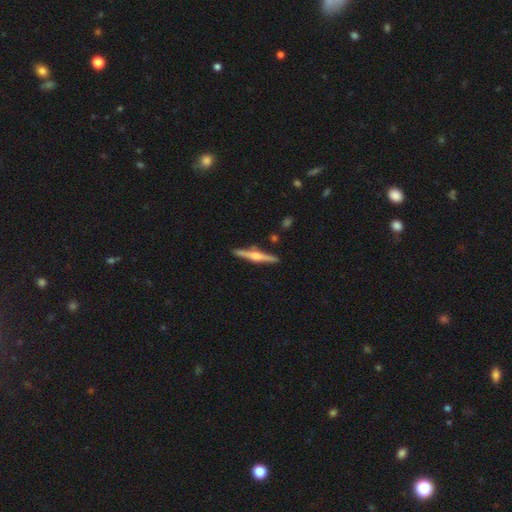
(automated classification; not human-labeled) smooth-or-featured: featured or disk: 76% | smooth: 19% | star or artifact: 5%
  disk-edge-on: yes: 98% | no: 2%
    edge-on-bulge: rounded: 90% | boxy: 7% | none: 4%
  merging: none: 90% | minor disturbance: 6% | merger: 2% | major disturbance: 1%